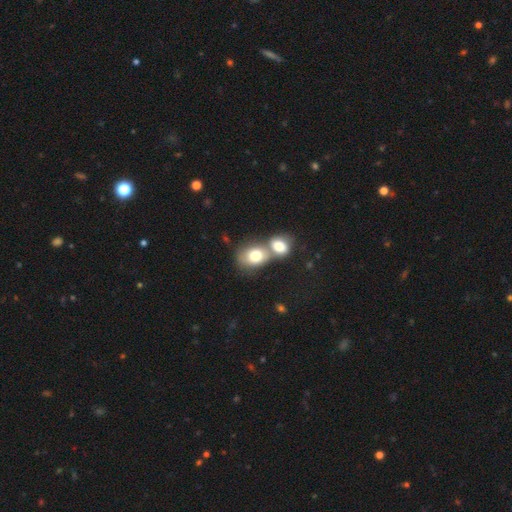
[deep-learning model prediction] Overall: smooth (76%). How rounded: in between (58%; round 41%). Merging: merger (66%).